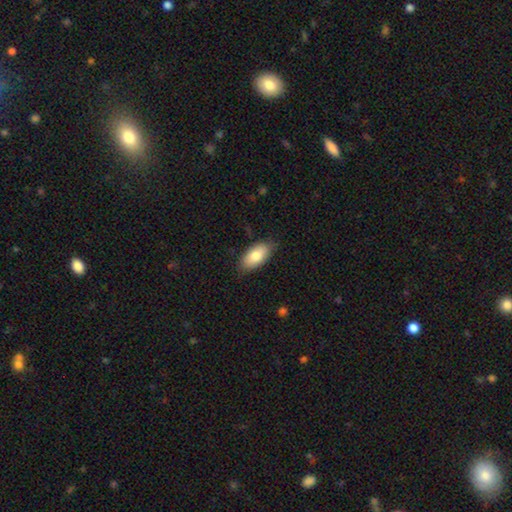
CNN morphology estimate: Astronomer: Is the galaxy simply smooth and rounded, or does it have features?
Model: smooth — 83%.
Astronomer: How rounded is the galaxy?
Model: in between — 93%.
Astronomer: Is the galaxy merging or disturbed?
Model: none — 81%.